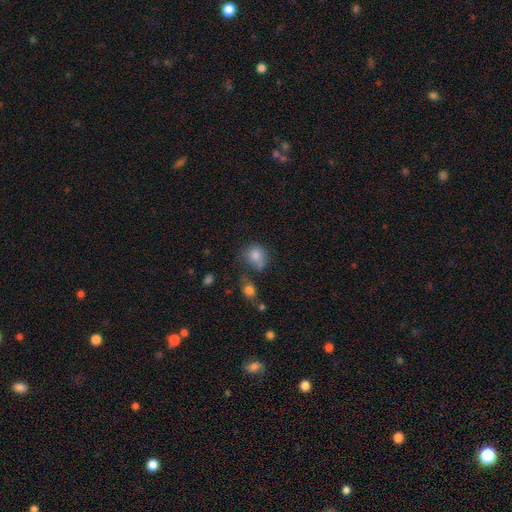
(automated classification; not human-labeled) Smooth or featured? smooth (79%)
How rounded? round (67%)
Merging? none (47%)